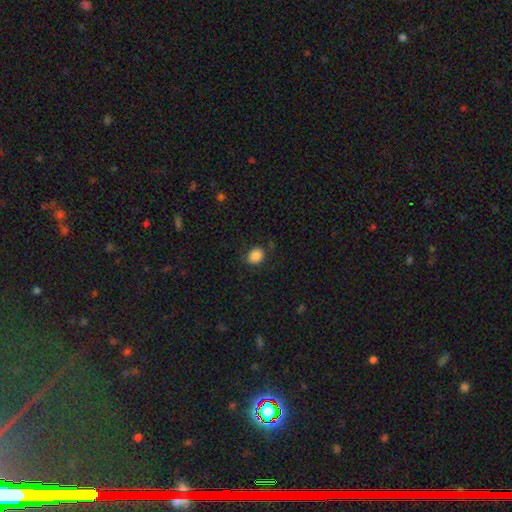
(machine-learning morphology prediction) Smooth or featured?
  - smooth: 85% *
  - star or artifact: 9%
  - featured or disk: 6%
How rounded?
  - round: 58% *
  - in between: 41%
  - cigar-shaped: 1%
Merging?
  - none: 72% *
  - minor disturbance: 20%
  - major disturbance: 7%
  - merger: 1%